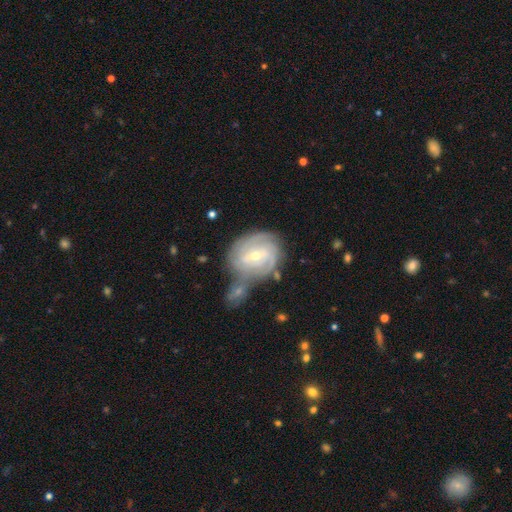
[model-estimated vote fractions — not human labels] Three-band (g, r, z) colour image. It shows a featured or disk galaxy (84%) with a weak bar (53%), tight (69%) spiral arms (94%) and a small central bulge (53%). Merging: none (41%).